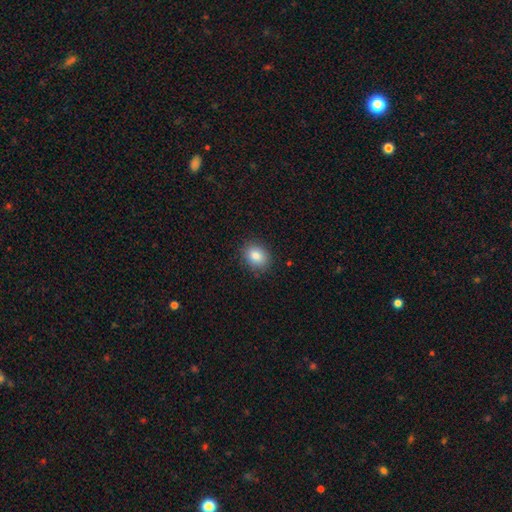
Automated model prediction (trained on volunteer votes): Overall: smooth (84%). How rounded: round (54%; in between 45%). Merging: none (87%).